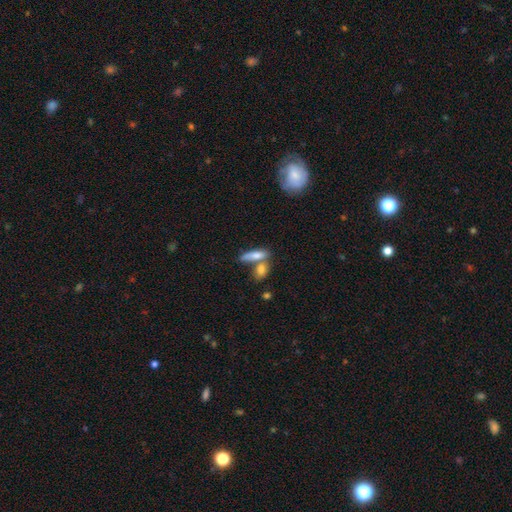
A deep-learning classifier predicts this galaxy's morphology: smooth-or-featured: smooth: 73% | featured or disk: 19% | star or artifact: 7%
  how-rounded: in between: 54% | cigar-shaped: 42% | round: 4%
  merging: merger: 43% | none: 41% | minor disturbance: 11% | major disturbance: 5%